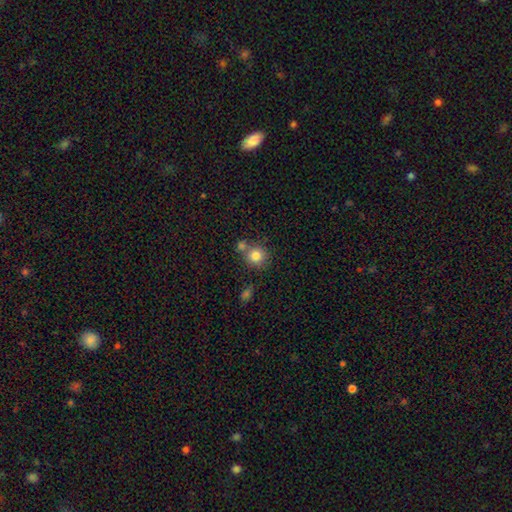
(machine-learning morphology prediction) smooth-or-featured: smooth: 81% | star or artifact: 11% | featured or disk: 9%
  how-rounded: round: 88% | in between: 11% | cigar-shaped: 1%
  merging: none: 60% | merger: 26% | minor disturbance: 11% | major disturbance: 4%